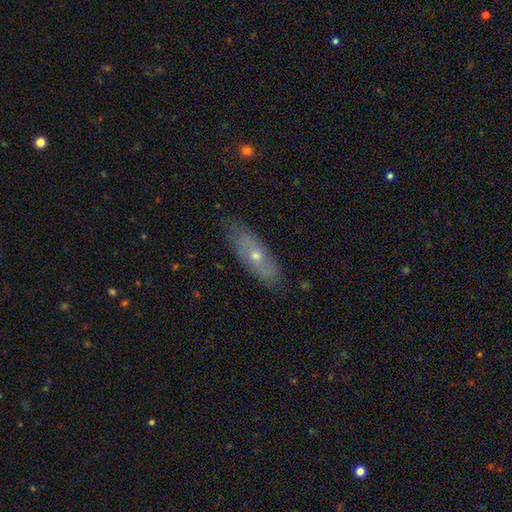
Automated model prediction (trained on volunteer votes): A featured or disk galaxy (52%).

Vote fractions:
- Smooth or featured? featured or disk: 52% / smooth: 40% / star or artifact: 8%
- Edge-on disk? no: 69% / yes: 31%
- Merging? none: 77% / minor disturbance: 18% / major disturbance: 4% / merger: 1%